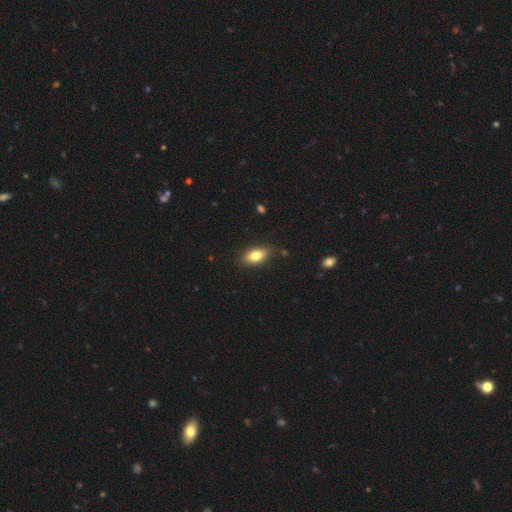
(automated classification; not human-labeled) smooth-or-featured: smooth: 81% | featured or disk: 11% | star or artifact: 8%
  how-rounded: in between: 88% | round: 7% | cigar-shaped: 5%
  merging: none: 83% | minor disturbance: 13% | major disturbance: 3% | merger: 2%